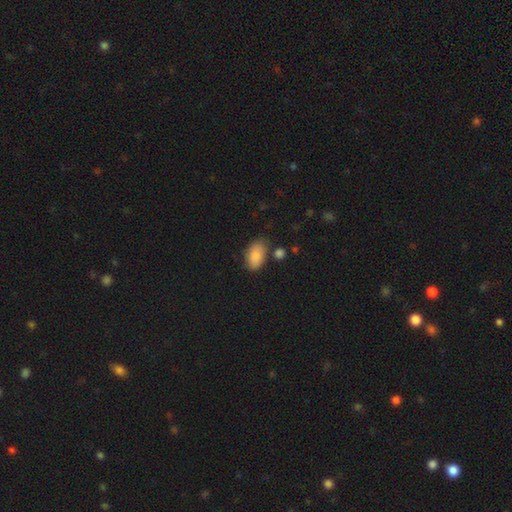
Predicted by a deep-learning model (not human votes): Smooth or featured?
  - smooth: 84% *
  - featured or disk: 9%
  - star or artifact: 7%
How rounded?
  - in between: 93% *
  - round: 6%
  - cigar-shaped: 2%
Merging?
  - none: 67% *
  - minor disturbance: 21%
  - merger: 7%
  - major disturbance: 5%